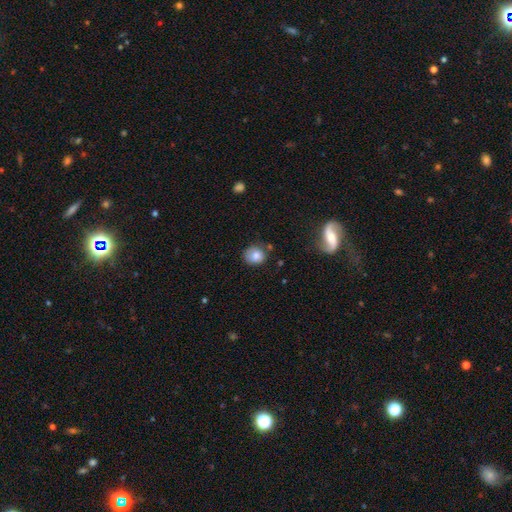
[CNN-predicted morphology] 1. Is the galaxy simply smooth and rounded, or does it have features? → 81% smooth, 10% star or artifact, 10% featured or disk.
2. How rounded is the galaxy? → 76% round, 23% in between, 1% cigar-shaped.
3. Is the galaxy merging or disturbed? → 70% none, 21% minor disturbance, 5% major disturbance, 5% merger.